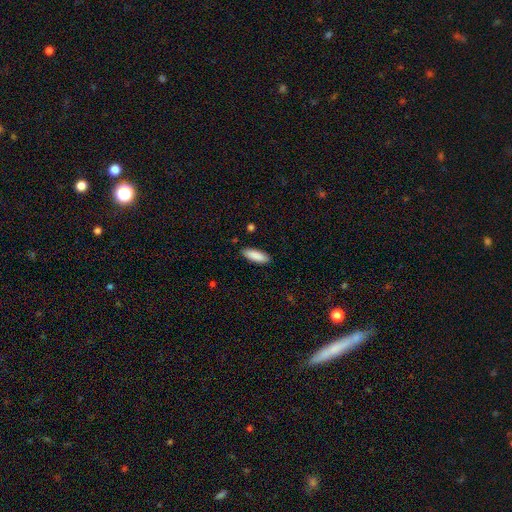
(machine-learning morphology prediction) A smooth galaxy with no disk features (89%) that is in between round and cigar-shaped (56%).

Vote fractions:
- Smooth or featured? smooth: 89% / star or artifact: 6% / featured or disk: 6%
- How rounded? in between: 56% / cigar-shaped: 43% / round: 1%
- Merging? none: 88% / minor disturbance: 9% / major disturbance: 2% / merger: 1%